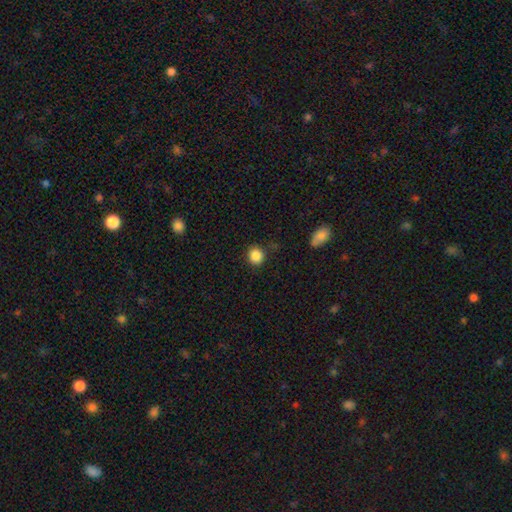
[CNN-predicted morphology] Overall: smooth (87%). How rounded: round (85%). Merging: none (86%).